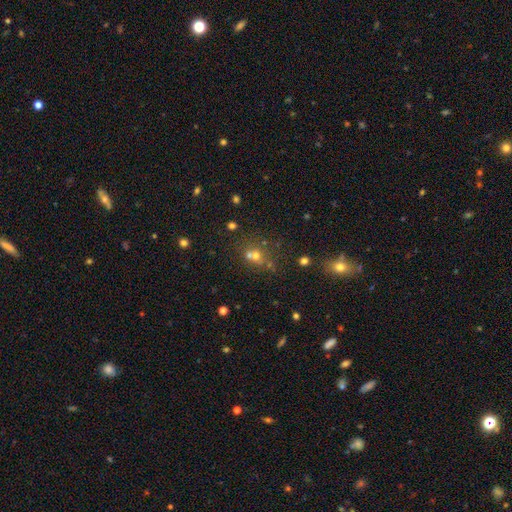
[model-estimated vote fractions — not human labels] smooth 55%, star or artifact 27%, featured or disk 18%. Down the decision tree: how rounded — round (80%); merging — none (44%).